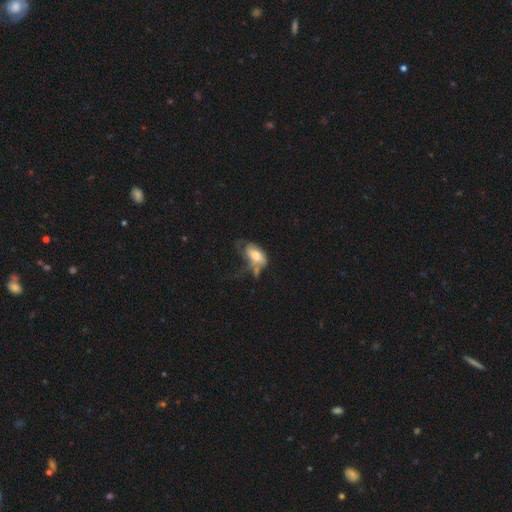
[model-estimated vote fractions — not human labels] smooth 59%, featured or disk 34%, star or artifact 8%. Down the decision tree: how rounded — in between (90%); merging — major disturbance (40%).